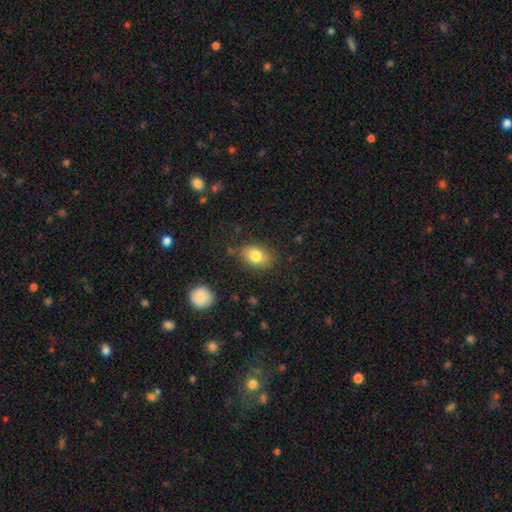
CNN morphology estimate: type=smooth (80%); roundness=in between (81%); merging=none (80%).